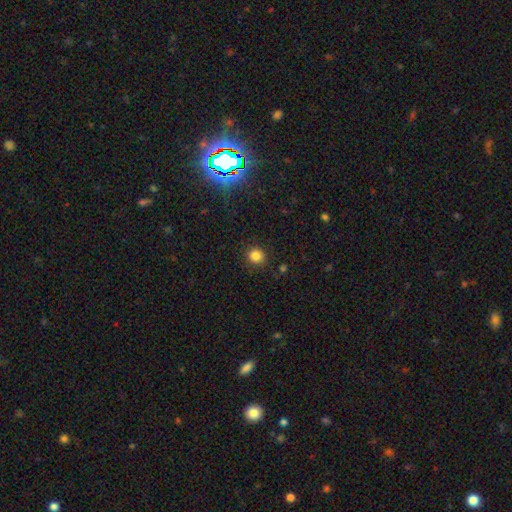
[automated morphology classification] Overall: smooth (83%). How rounded: round (88%). Merging: none (89%).